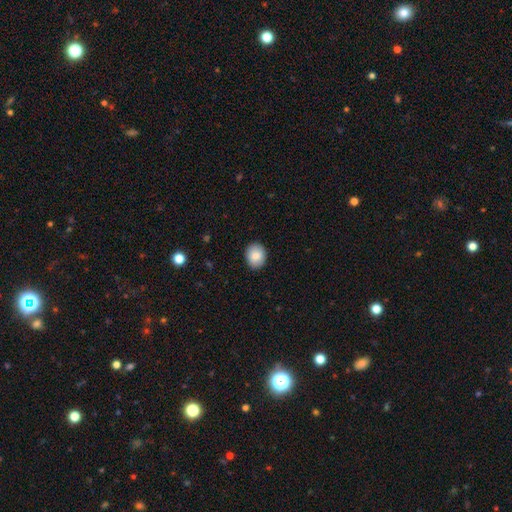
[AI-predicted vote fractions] Smooth or featured? smooth (86%)
How rounded? round (53%)
Merging? none (89%)